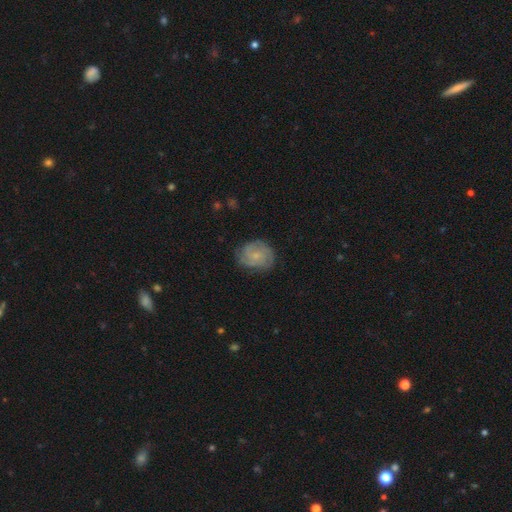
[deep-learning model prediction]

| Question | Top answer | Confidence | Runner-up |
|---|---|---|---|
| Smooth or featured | featured or disk | 65% | smooth (28%) |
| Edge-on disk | no | 98% | yes (2%) |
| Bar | no | 74% | weak (23%) |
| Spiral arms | yes | 90% | no (10%) |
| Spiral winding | tight | 56% | medium (35%) |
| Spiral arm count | can't tell | 31% | 3 (28%) |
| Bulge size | small | 69% | moderate (22%) |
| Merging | none | 73% | minor disturbance (20%) |